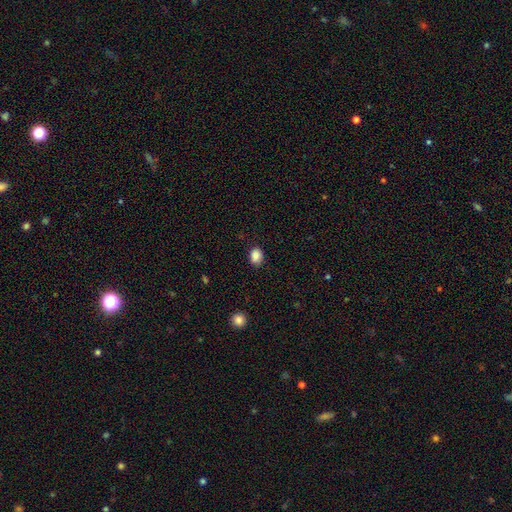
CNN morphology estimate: Overall: smooth (87%). How rounded: in between (57%; round 42%). Merging: none (85%).